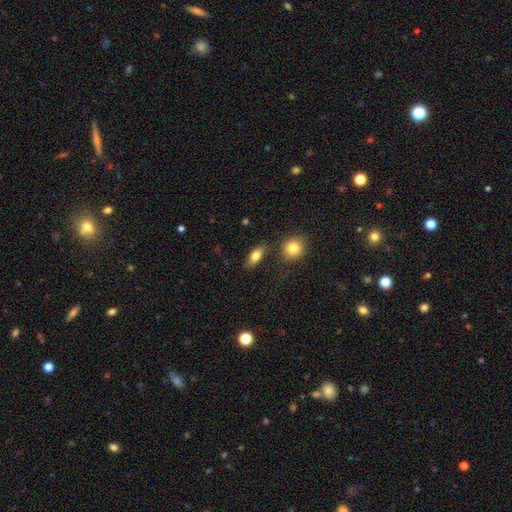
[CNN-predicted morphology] smooth 75%, featured or disk 17%, star or artifact 8%. Down the decision tree: how rounded — in between (78%); merging — none (79%).